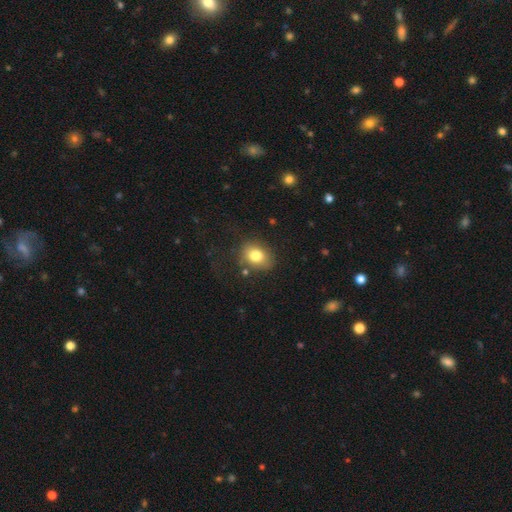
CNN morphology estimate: Q: Smooth or featured?
A: smooth (79%); runner-up: featured or disk (11%)
Q: How rounded?
A: in between (53%); runner-up: round (46%)
Q: Merging?
A: none (75%); runner-up: minor disturbance (16%)